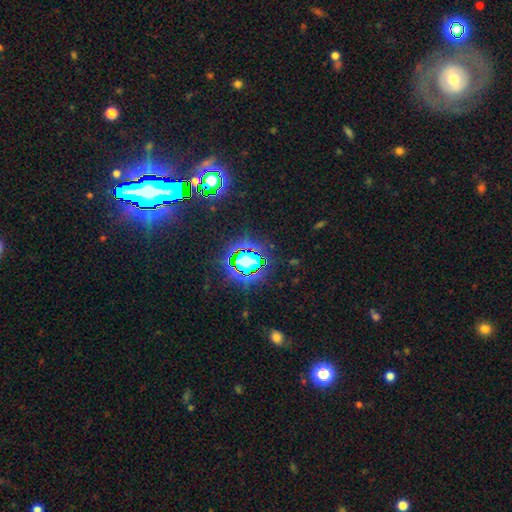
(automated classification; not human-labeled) Smooth or featured? star or artifact (82%)